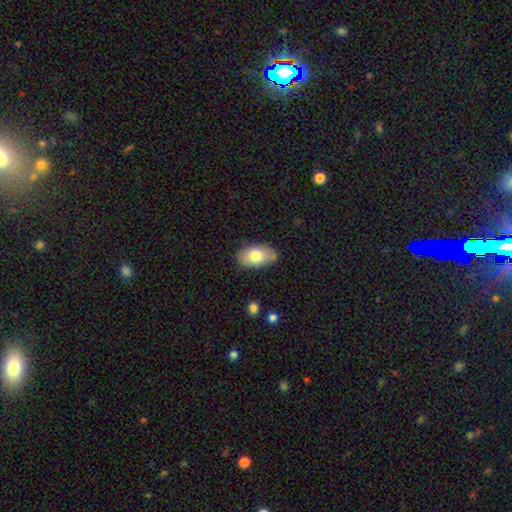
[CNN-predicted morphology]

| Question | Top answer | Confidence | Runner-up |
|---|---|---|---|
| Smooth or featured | smooth | 76% | featured or disk (17%) |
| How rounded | in between | 93% | round (6%) |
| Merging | none | 78% | minor disturbance (17%) |